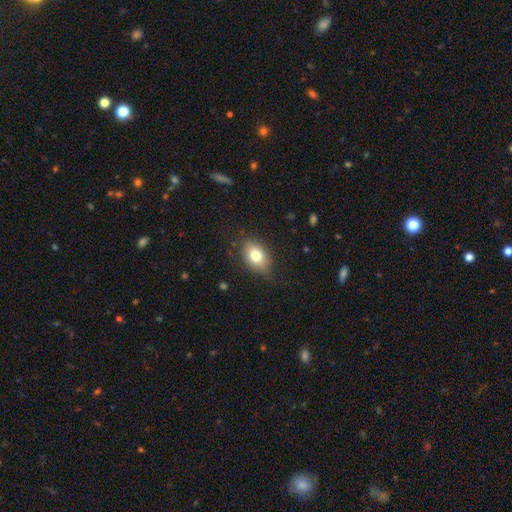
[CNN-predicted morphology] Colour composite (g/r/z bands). It shows a smooth galaxy with no disk features (77%) that is in between round and cigar-shaped (82%). Merging: none (78%).